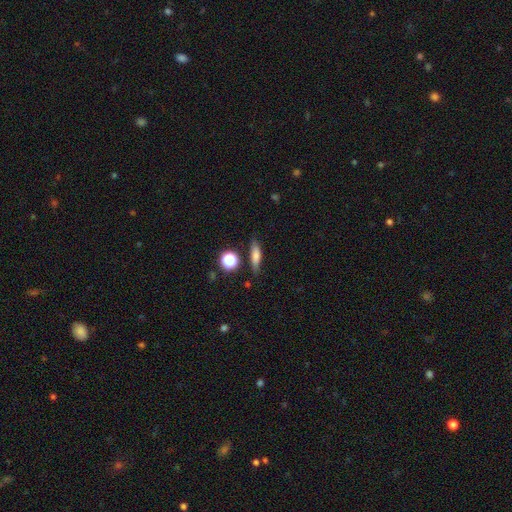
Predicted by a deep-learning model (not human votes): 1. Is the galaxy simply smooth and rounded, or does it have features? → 66% smooth, 23% featured or disk, 11% star or artifact.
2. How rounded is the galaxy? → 64% cigar-shaped, 29% in between, 8% round.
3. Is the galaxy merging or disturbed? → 80% none, 13% minor disturbance, 4% merger, 3% major disturbance.